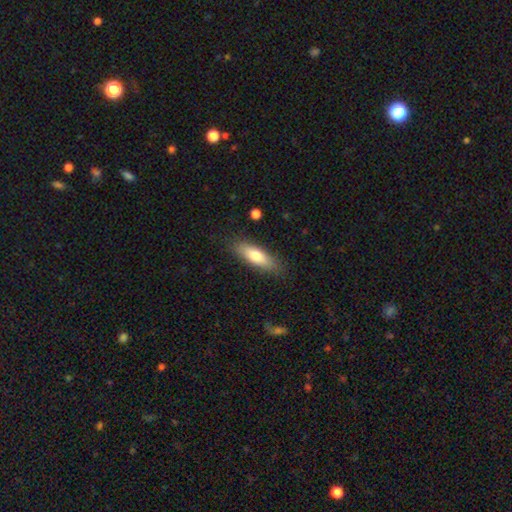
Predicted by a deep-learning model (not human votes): smooth_or_featured: smooth (p=0.73) [alt: featured or disk p=0.21]
how_rounded: in between (p=0.49) [tied with: cigar-shaped p=0.49]
merging: none (p=0.84) [alt: minor disturbance p=0.12]